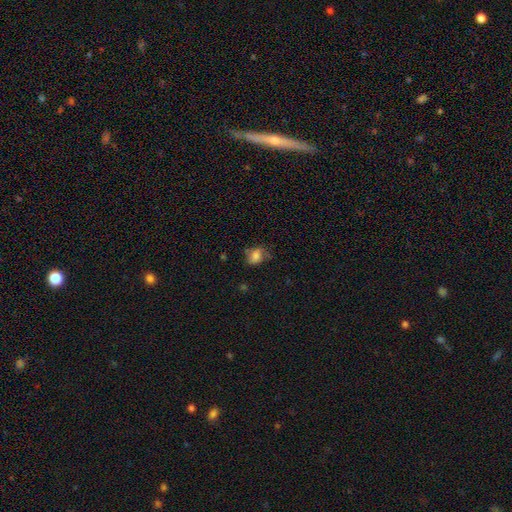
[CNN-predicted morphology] A smooth galaxy with no disk features (75%) that is in between round and cigar-shaped (59%).

Vote fractions:
- Smooth or featured? smooth: 75% / featured or disk: 14% / star or artifact: 11%
- How rounded? in between: 59% / round: 39% / cigar-shaped: 1%
- Merging? none: 51% / minor disturbance: 31% / major disturbance: 15% / merger: 3%